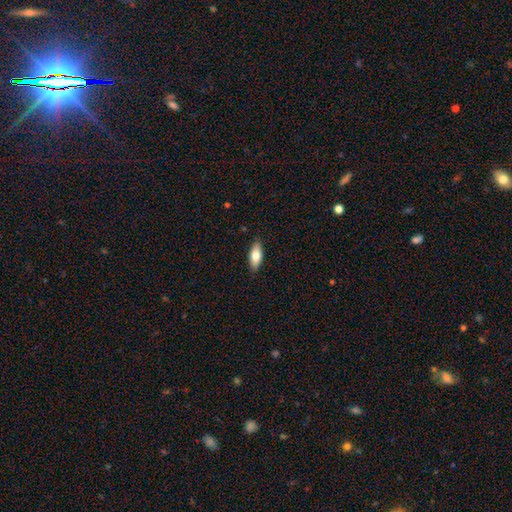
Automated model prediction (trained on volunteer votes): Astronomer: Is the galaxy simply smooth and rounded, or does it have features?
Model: smooth — 76%.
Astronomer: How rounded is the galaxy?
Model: in between — 77%.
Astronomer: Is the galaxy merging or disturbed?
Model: none — 88%.